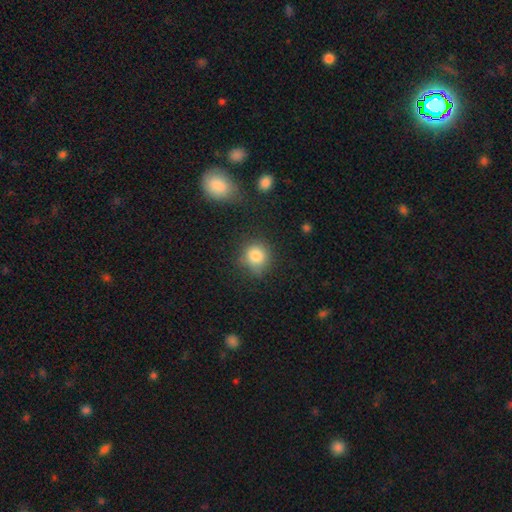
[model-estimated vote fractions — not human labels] This appears to be a smooth galaxy with no disk features (83%) that is round (84%). Merging: none (73%).